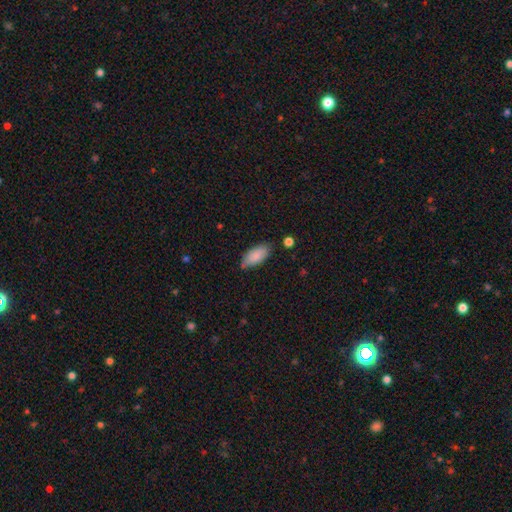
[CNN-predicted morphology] smooth_or_featured: smooth (p=0.86) [alt: featured or disk p=0.07]
how_rounded: in between (p=0.88) [alt: cigar-shaped p=0.11]
merging: none (p=0.71) [alt: minor disturbance p=0.22]